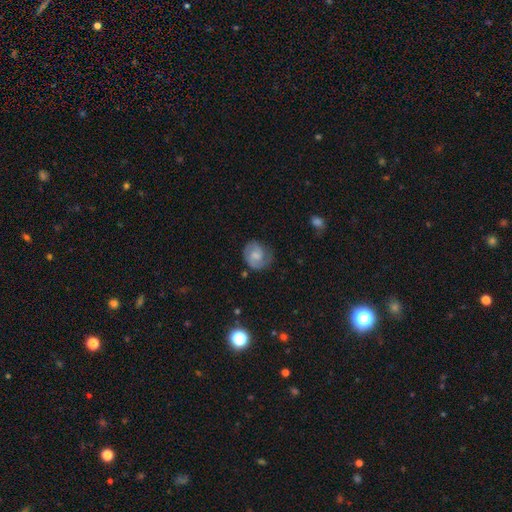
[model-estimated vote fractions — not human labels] This appears to be a featured or disk galaxy (55%) with no bar (53%), spiral arms (88%) and a small central bulge (36%). Merging: none (65%).